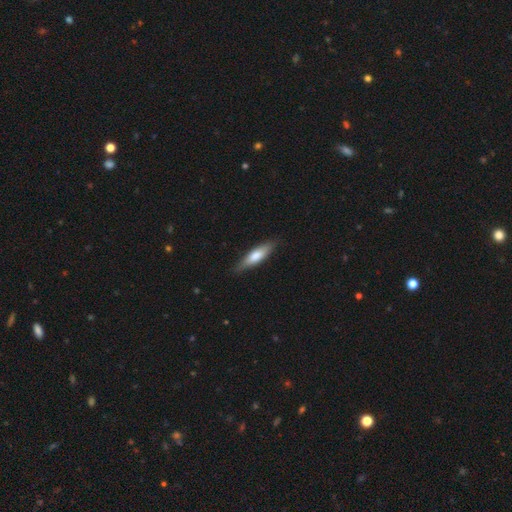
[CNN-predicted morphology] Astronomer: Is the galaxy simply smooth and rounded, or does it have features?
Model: smooth — 66%.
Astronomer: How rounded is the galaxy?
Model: cigar-shaped — 67%.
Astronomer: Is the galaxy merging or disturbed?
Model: none — 84%.